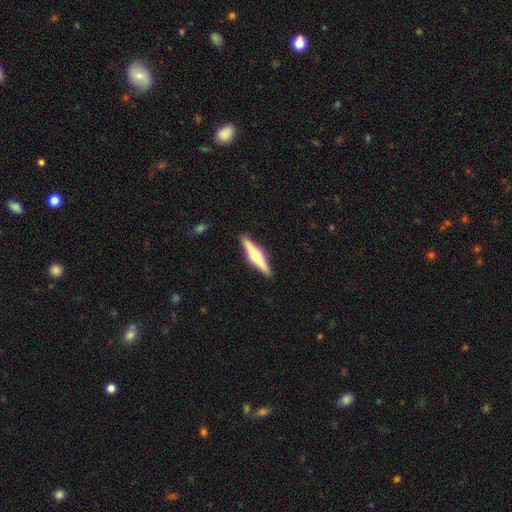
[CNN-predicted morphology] Smooth or featured?
  - featured or disk: 59% *
  - smooth: 36%
  - star or artifact: 5%
Edge-on disk?
  - yes: 97% *
  - no: 3%
Edge-on bulge?
  - rounded: 83% *
  - boxy: 11%
  - none: 6%
Merging?
  - none: 91% *
  - minor disturbance: 6%
  - major disturbance: 1%
  - merger: 1%